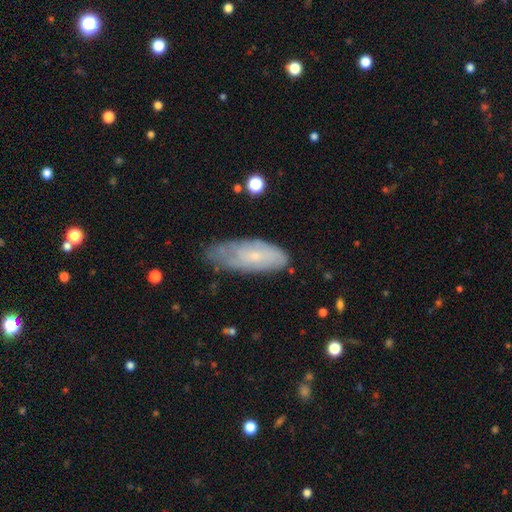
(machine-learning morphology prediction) The model was most divided on "smooth or featured": smooth: 52%, featured or disk: 40%, star or artifact: 8%. More confident: how rounded — in between (74%); merging — none (52%).